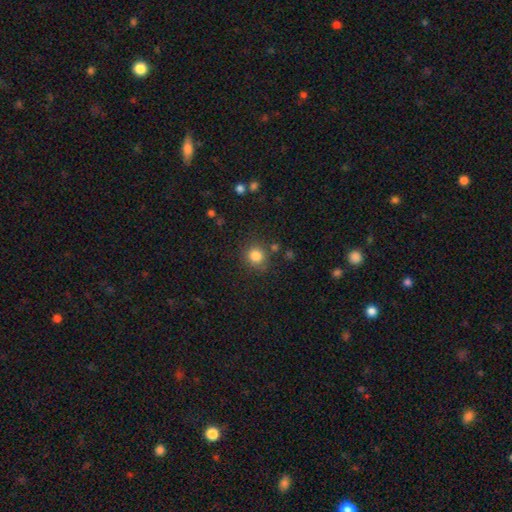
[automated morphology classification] Smooth or featured? smooth (83%)
How rounded? round (89%)
Merging? none (81%)